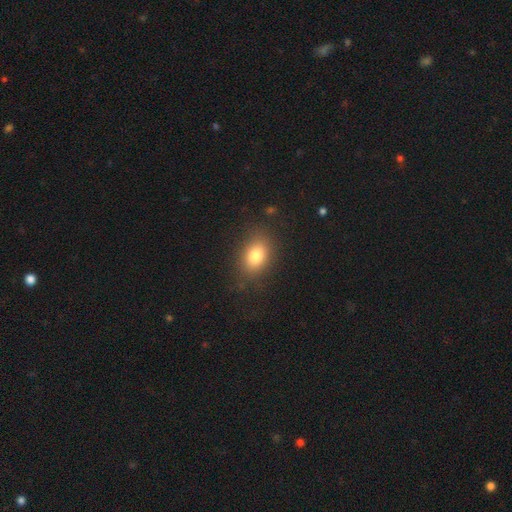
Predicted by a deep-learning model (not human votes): This is likely a smooth galaxy (80%). How rounded: likely in between (77%). Merging: clearly none (81%).